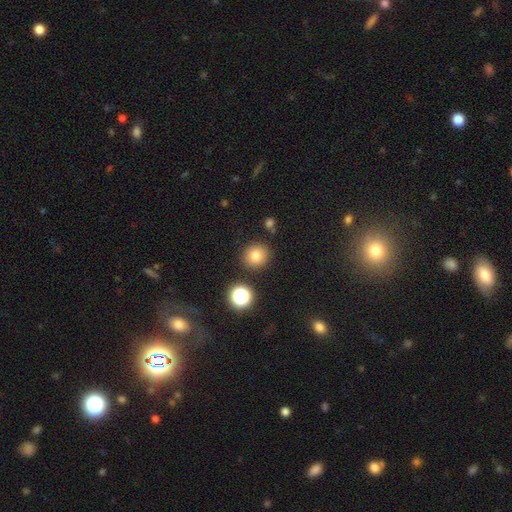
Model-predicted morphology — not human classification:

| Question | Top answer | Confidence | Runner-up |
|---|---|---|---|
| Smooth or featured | smooth | 79% | star or artifact (13%) |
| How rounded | round | 90% | in between (9%) |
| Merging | none | 86% | minor disturbance (8%) |